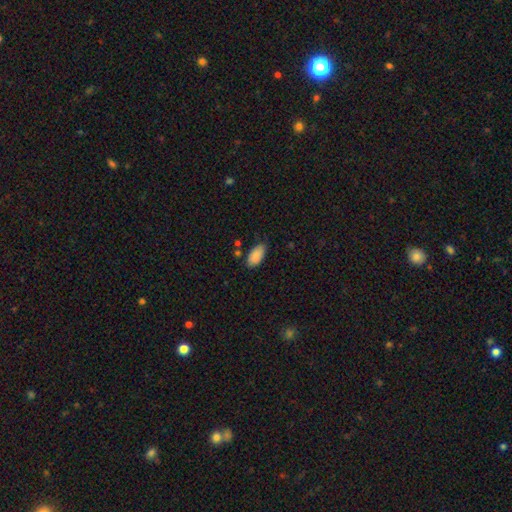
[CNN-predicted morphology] Smooth or featured?
  - smooth: 89% *
  - star or artifact: 7%
  - featured or disk: 4%
How rounded?
  - in between: 93% *
  - cigar-shaped: 4%
  - round: 3%
Merging?
  - none: 73% *
  - minor disturbance: 20%
  - major disturbance: 4%
  - merger: 3%